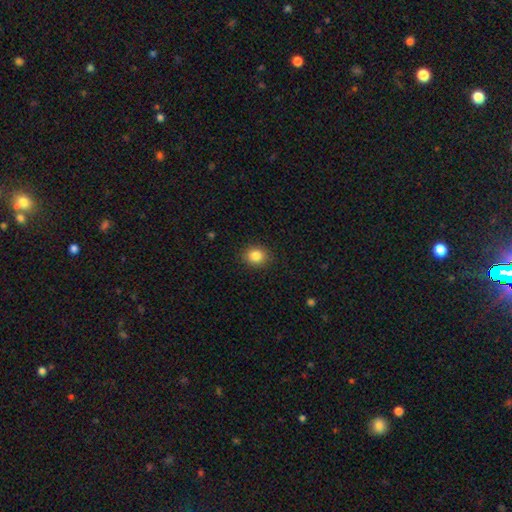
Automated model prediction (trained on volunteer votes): smooth 85%, star or artifact 10%, featured or disk 5%. Down the decision tree: how rounded — round (70%); merging — none (89%).